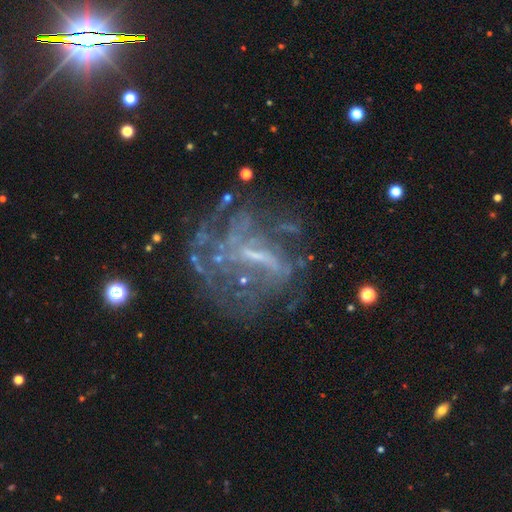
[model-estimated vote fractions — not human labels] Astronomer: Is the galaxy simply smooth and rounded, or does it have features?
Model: featured or disk — 76%.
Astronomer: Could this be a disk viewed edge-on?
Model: no — 96%.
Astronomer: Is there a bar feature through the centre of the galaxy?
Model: weak — 41% (runner-up: no, 30%).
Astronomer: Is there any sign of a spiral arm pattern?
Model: yes — 58% (runner-up: no, 42%).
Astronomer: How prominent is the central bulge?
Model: none — 41% (runner-up: small, 39%).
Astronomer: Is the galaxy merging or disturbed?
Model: none — 47% (runner-up: major disturbance, 31%).